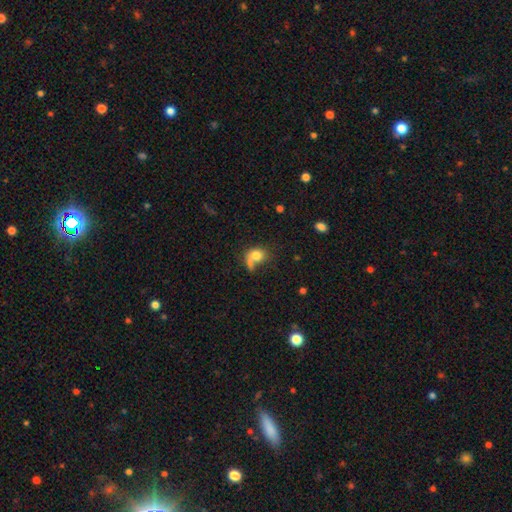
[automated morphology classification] smooth 75%, featured or disk 16%, star or artifact 10%. Down the decision tree: how rounded — in between (52%); merging — none (35%).